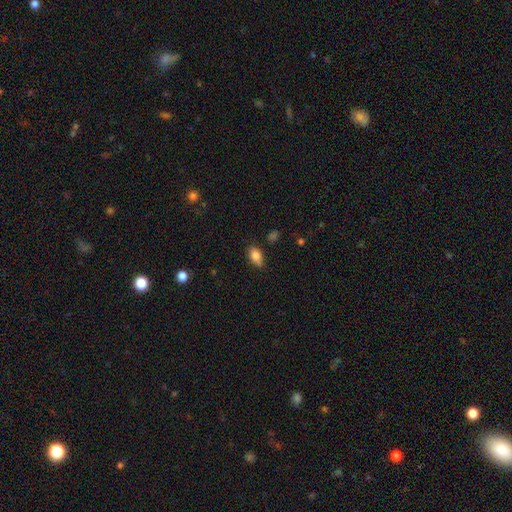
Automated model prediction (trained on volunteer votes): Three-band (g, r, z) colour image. It shows a smooth galaxy with no disk features (82%) that is in between round and cigar-shaped (89%). Merging: none (77%).